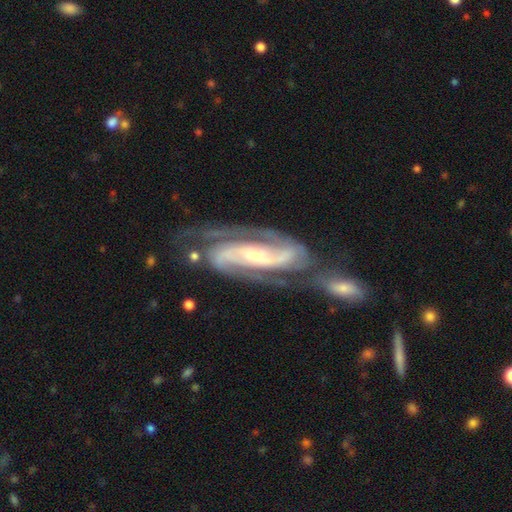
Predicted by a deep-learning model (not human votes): Morphology: type=featured or disk (92%); edge-on=no (95%); bar=strong (42%); spiral arms=yes (98%); winding=medium (48%); arm count=2 (89%); bulge=small (56%); merging=none (51%).